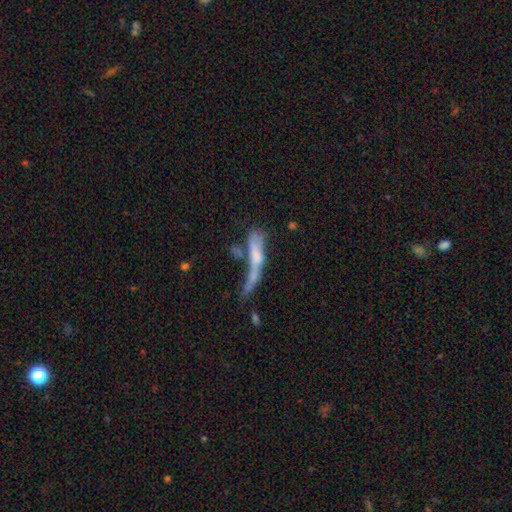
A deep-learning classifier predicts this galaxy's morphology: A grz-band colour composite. It shows a featured or disk galaxy (46%). Merging: merger (37%).